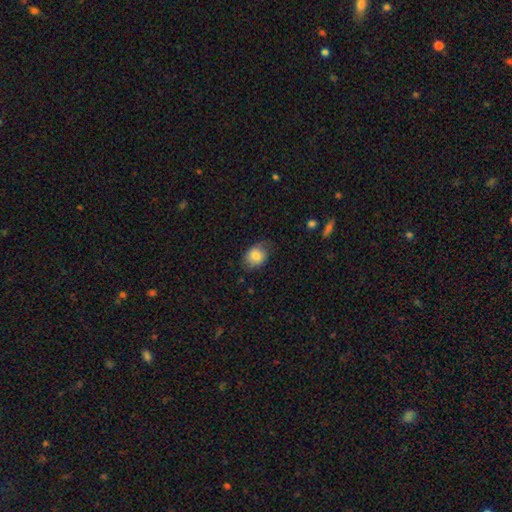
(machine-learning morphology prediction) A smooth galaxy with no disk features (77%) that is in between round and cigar-shaped (59%).

Vote fractions:
- Smooth or featured? smooth: 77% / featured or disk: 15% / star or artifact: 8%
- How rounded? in between: 59% / round: 40% / cigar-shaped: 1%
- Merging? none: 66% / minor disturbance: 25% / major disturbance: 7% / merger: 1%